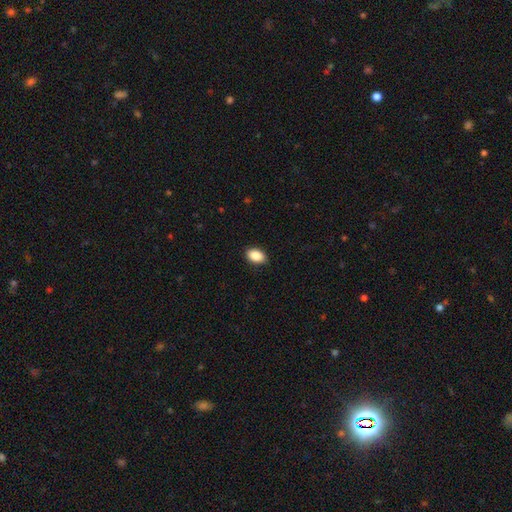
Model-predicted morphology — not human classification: Smooth or featured? smooth (89%)
How rounded? in between (88%)
Merging? none (87%)